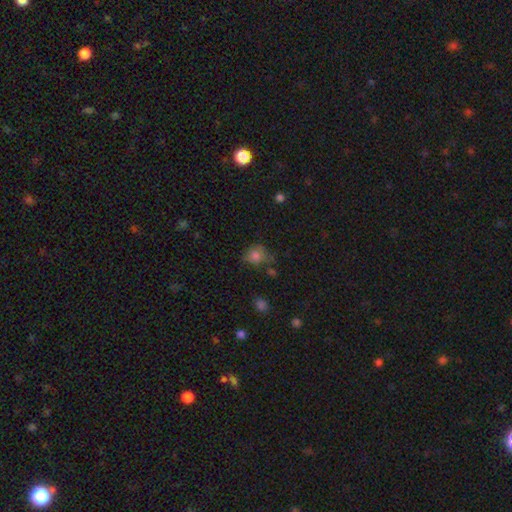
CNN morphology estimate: Smooth or featured: smooth — 76% (star or artifact — 12%)
How rounded: round — 63% (in between — 36%)
Merging: none — 51% (minor disturbance — 29%)